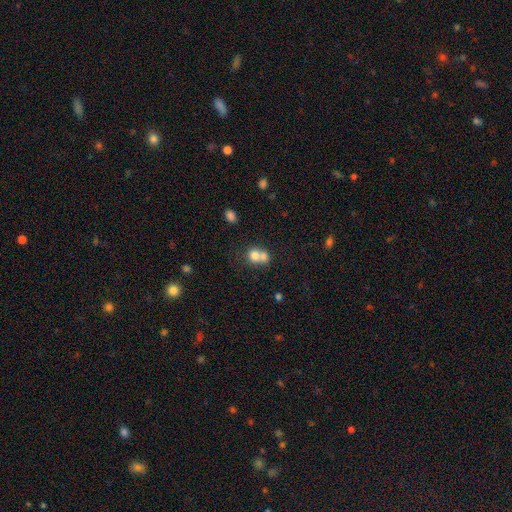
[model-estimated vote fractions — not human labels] Morphology: type=smooth (74%); roundness=round (71%); merging=merger (62%).